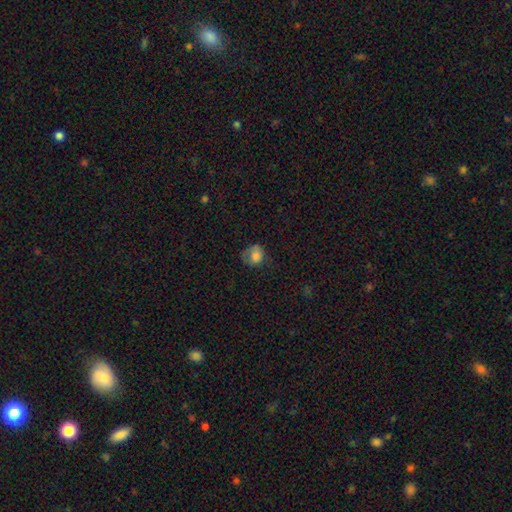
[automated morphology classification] This appears to be a smooth galaxy with no disk features (78%) that is round (69%). Merging: none (42%).